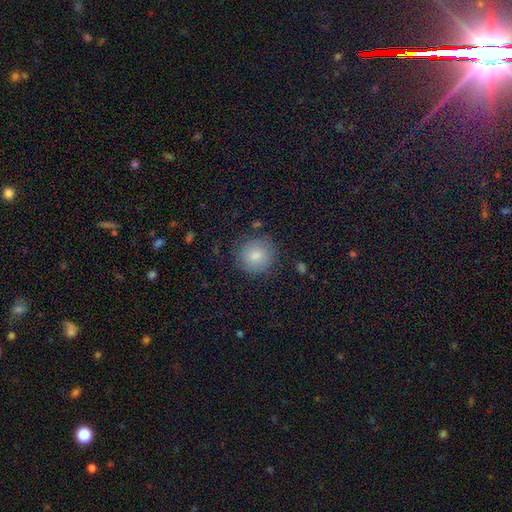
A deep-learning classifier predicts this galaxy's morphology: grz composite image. It shows a smooth galaxy with no disk features (82%) that is round (91%). Merging: none (80%).